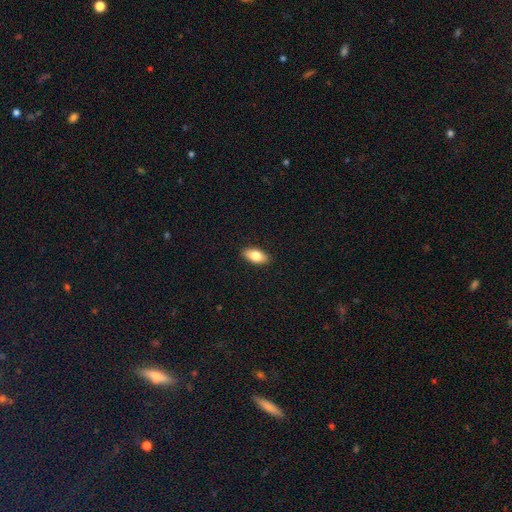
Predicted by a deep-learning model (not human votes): Smooth or featured? smooth (80%)
How rounded? in between (89%)
Merging? none (90%)